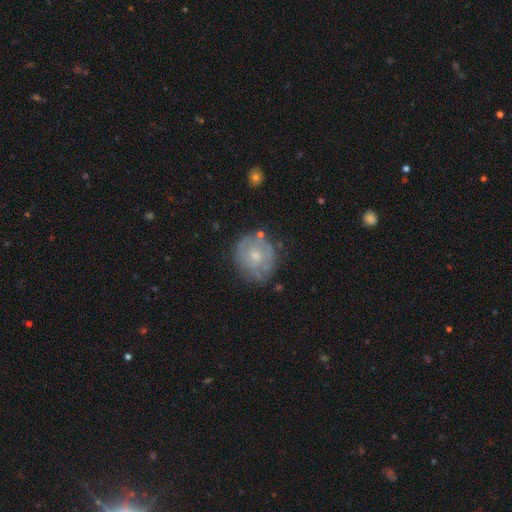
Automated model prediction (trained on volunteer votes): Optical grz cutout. It shows a featured or disk galaxy (56%) with no bar (82%), spiral arms (53%) and a small central bulge (51%). Merging: none (67%).